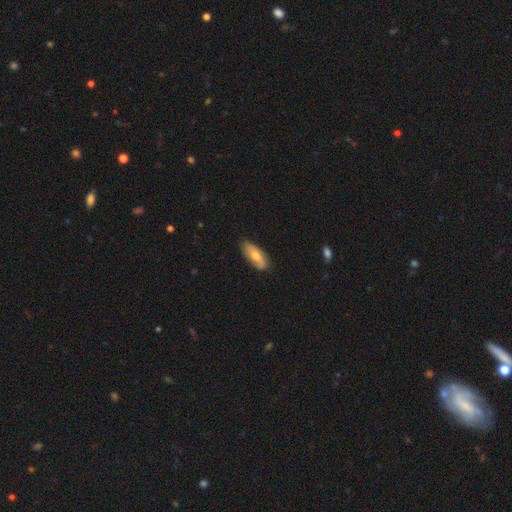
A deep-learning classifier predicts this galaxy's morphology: The model was most divided on "smooth or featured": smooth: 64%, featured or disk: 30%, star or artifact: 6%. More confident: how rounded — in between (78%); merging — none (77%).